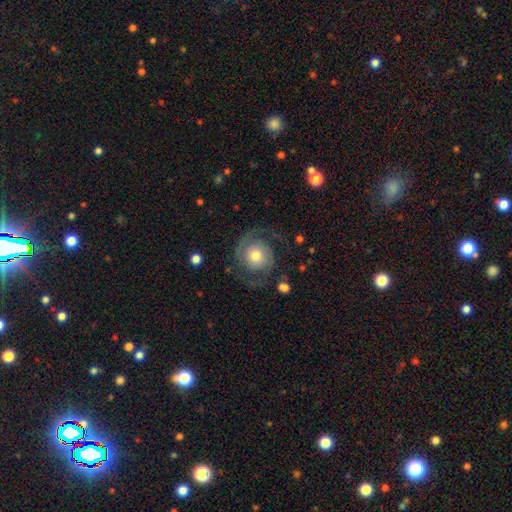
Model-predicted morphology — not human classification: featured or disk 75%, smooth 18%, star or artifact 7%. Down the decision tree: edge-on disk — no (98%); bar — no (78%); spiral arms — yes (94%); spiral arm count — 2 (88%); spiral winding — medium (45%); bulge size — moderate (62%); merging — none (72%).